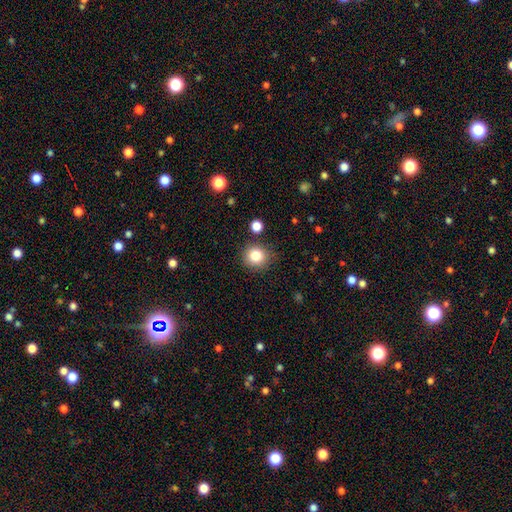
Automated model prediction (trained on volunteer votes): This appears to be a smooth galaxy with no disk features (83%) that is round (89%). Merging: none (85%).